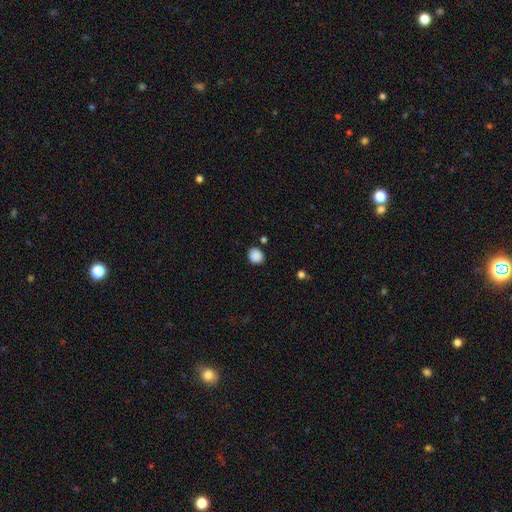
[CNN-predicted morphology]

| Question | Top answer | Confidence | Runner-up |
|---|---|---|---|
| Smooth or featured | smooth | 88% | star or artifact (9%) |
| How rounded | round | 77% | in between (22%) |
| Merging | none | 86% | minor disturbance (8%) |